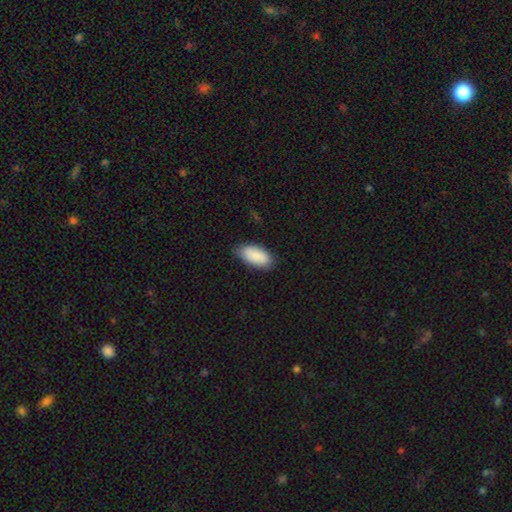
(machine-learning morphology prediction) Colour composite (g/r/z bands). It shows a smooth galaxy with no disk features (89%) that is in between round and cigar-shaped (92%). Merging: none (80%).